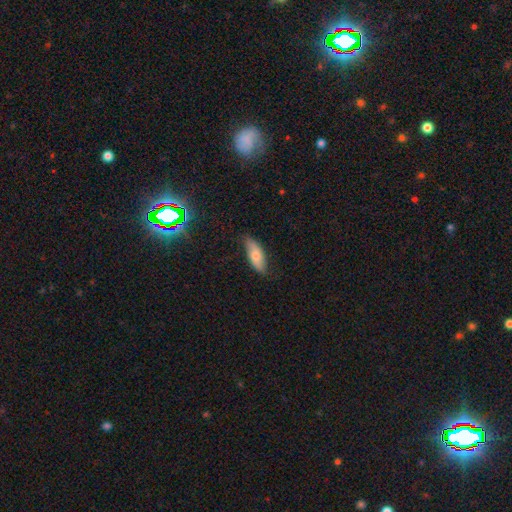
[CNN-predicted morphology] A smooth galaxy with no disk features (67%) that is in between round and cigar-shaped (73%). Merging: none (72%).